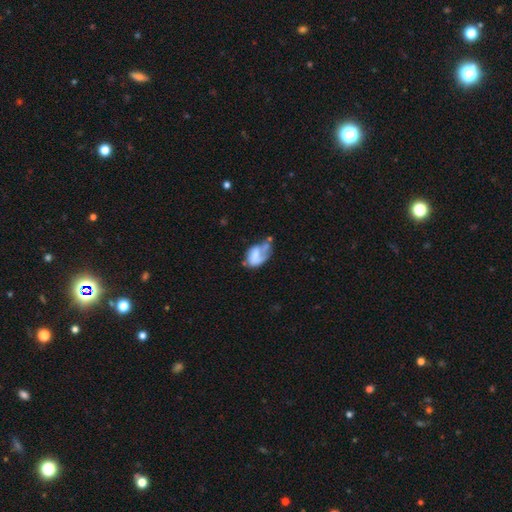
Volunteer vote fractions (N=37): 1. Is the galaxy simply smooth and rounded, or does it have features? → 51% smooth, 43% featured or disk, 5% star or artifact.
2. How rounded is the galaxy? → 100% in between, 0% round, 0% cigar-shaped.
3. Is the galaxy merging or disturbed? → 34% none, 31% major disturbance, 20% minor disturbance, 14% merger.